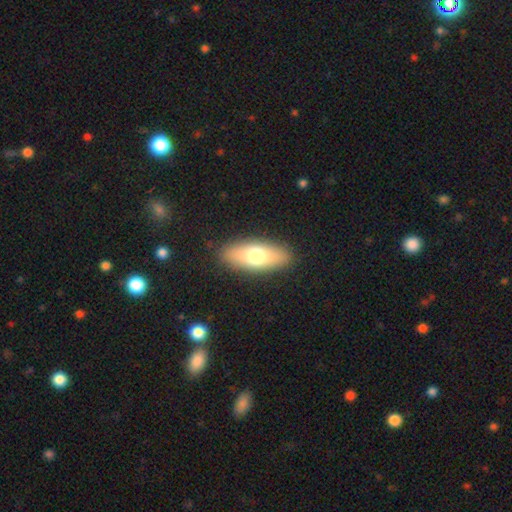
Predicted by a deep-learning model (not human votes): Overall: smooth (69%). How rounded: in between (72%). Merging: none (88%).